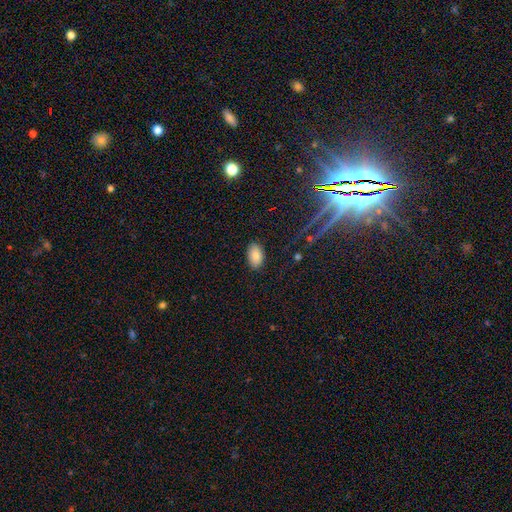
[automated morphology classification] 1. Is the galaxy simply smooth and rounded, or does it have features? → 83% smooth, 9% star or artifact, 8% featured or disk.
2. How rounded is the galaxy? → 92% in between, 6% round, 1% cigar-shaped.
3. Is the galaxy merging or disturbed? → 87% none, 10% minor disturbance, 3% major disturbance, 1% merger.